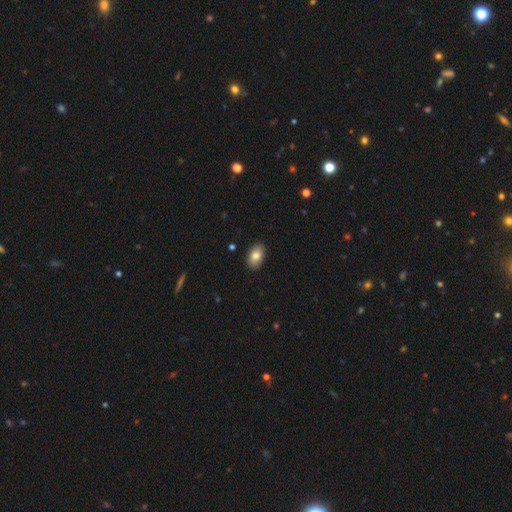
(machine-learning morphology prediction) Smooth or featured? smooth (83%)
How rounded? in between (92%)
Merging? none (89%)